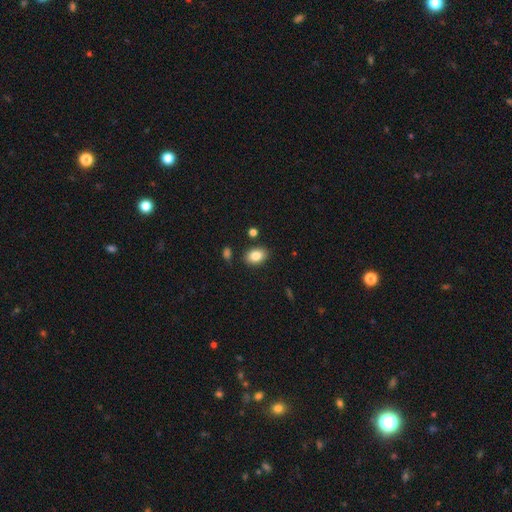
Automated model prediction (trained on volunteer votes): A smooth galaxy with no disk features (85%) that is in between round and cigar-shaped (81%).

Vote fractions:
- Smooth or featured? smooth: 85% / star or artifact: 8% / featured or disk: 7%
- How rounded? in between: 81% / round: 18% / cigar-shaped: 1%
- Merging? none: 84% / minor disturbance: 10% / merger: 3% / major disturbance: 3%